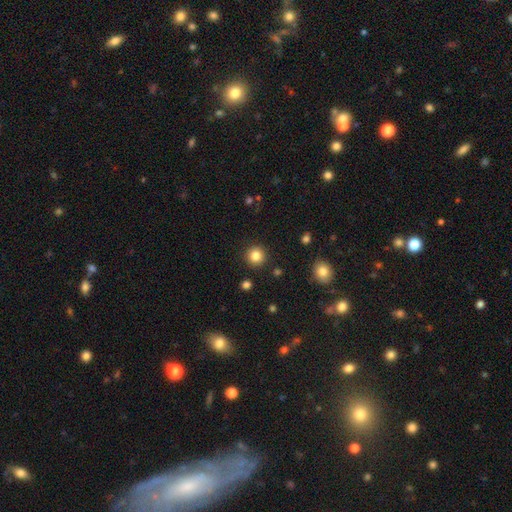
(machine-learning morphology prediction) This is clearly a smooth galaxy (83%). How rounded: clearly round (95%). Merging: clearly none (91%).